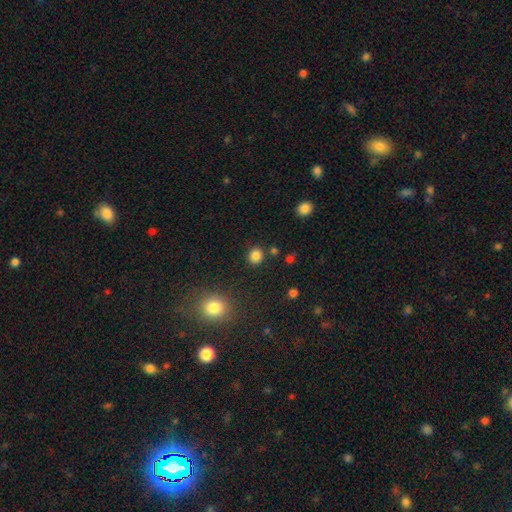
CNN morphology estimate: Smooth or featured? Predicted: smooth (p=0.84). How rounded? Predicted: round (p=0.85). Merging? Predicted: none (p=0.87).